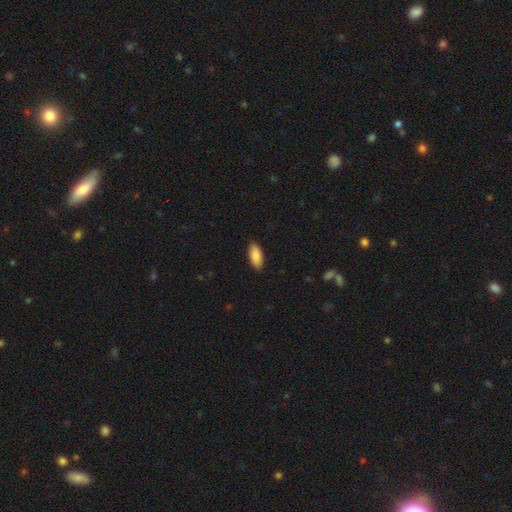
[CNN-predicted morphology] Q: Smooth or featured?
A: smooth (89%); runner-up: star or artifact (6%)
Q: How rounded?
A: in between (86%); runner-up: cigar-shaped (12%)
Q: Merging?
A: none (87%); runner-up: minor disturbance (10%)